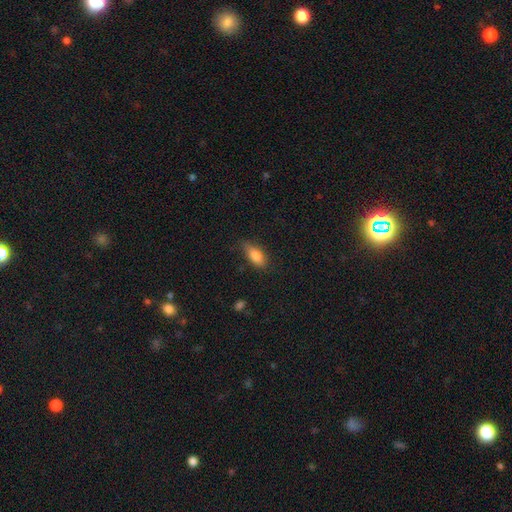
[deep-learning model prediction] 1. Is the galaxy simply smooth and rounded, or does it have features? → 81% smooth, 12% featured or disk, 8% star or artifact.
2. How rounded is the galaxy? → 79% in between, 17% cigar-shaped, 4% round.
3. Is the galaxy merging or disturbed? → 68% none, 25% minor disturbance, 5% major disturbance, 2% merger.